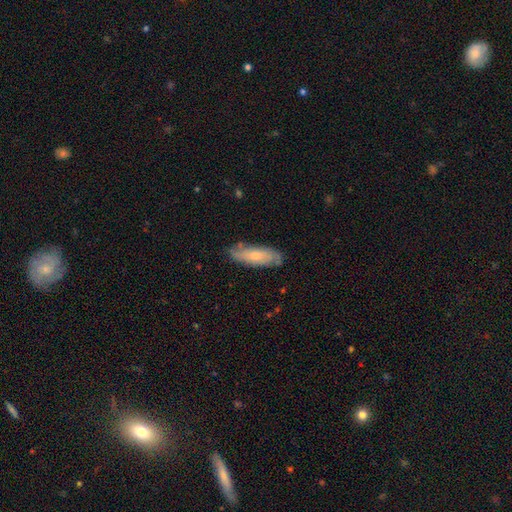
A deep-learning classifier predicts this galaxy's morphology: Q: Smooth or featured?
A: smooth (54%); runner-up: featured or disk (40%)
Q: How rounded?
A: in between (59%); runner-up: cigar-shaped (39%)
Q: Merging?
A: none (76%); runner-up: minor disturbance (19%)